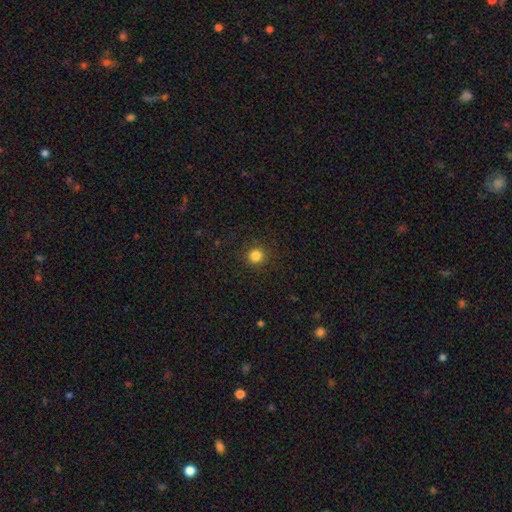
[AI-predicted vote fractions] This appears to be a smooth galaxy with no disk features (83%) that is round (93%). Merging: none (91%).